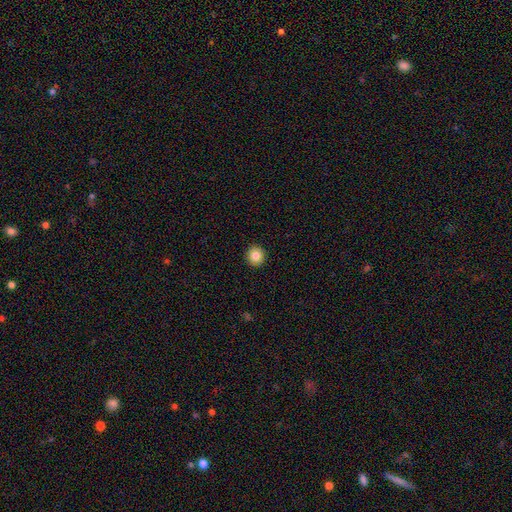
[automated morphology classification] This appears to be a smooth galaxy with no disk features (83%) that is round (92%). Merging: none (93%).